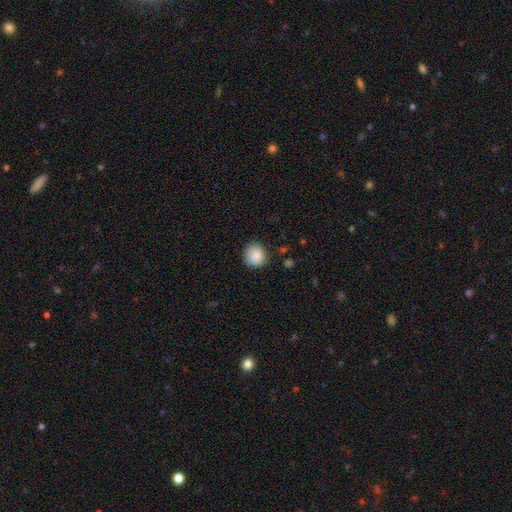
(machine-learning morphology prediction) Q: Smooth or featured?
A: smooth (87%); runner-up: star or artifact (8%)
Q: How rounded?
A: round (89%); runner-up: in between (10%)
Q: Merging?
A: none (84%); runner-up: minor disturbance (12%)